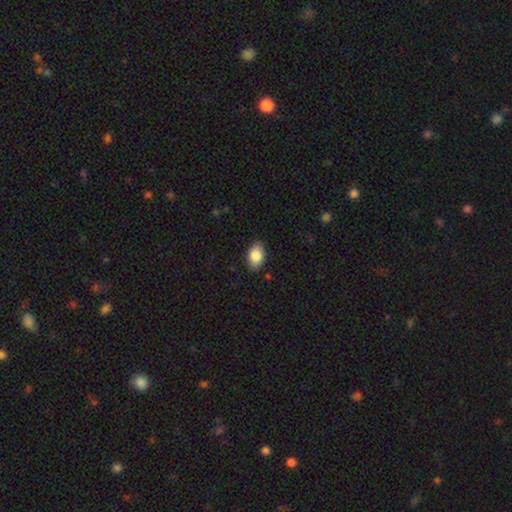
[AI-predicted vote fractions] Morphology: type=smooth (86%); roundness=in between (90%); merging=none (86%).